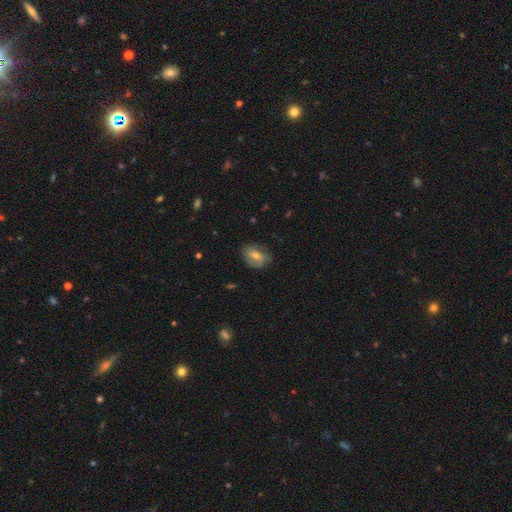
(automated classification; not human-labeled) smooth_or_featured: featured or disk (p=0.46) [alt: smooth p=0.42]
merging: none (p=0.76) [alt: minor disturbance p=0.18]